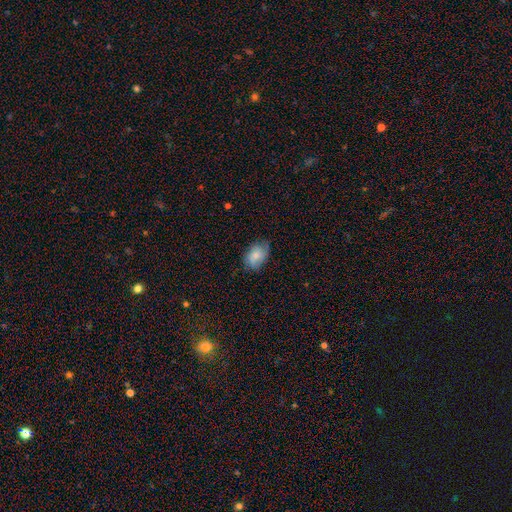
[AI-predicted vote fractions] This is likely a smooth galaxy (73%). How rounded: clearly in between (84%). Merging: likely none (67%).